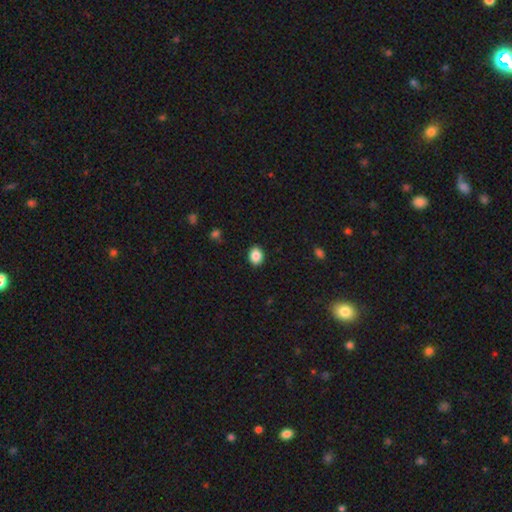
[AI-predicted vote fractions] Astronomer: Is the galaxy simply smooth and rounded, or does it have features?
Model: smooth — 88%.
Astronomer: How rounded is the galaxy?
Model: in between — 60% (runner-up: round, 39%).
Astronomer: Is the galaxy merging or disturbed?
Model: none — 90%.